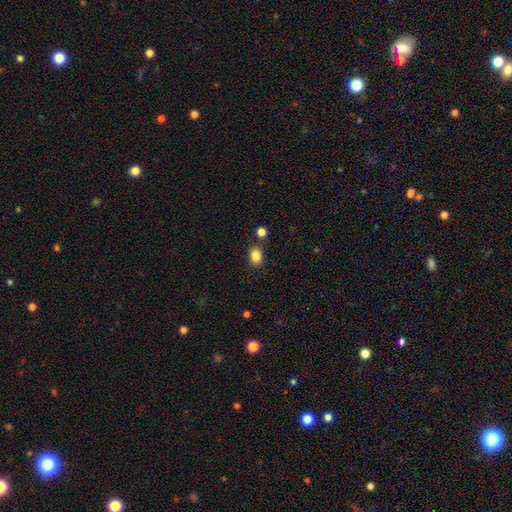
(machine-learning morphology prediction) smooth 85%, star or artifact 10%, featured or disk 5%. Down the decision tree: how rounded — in between (63%); merging — none (80%).